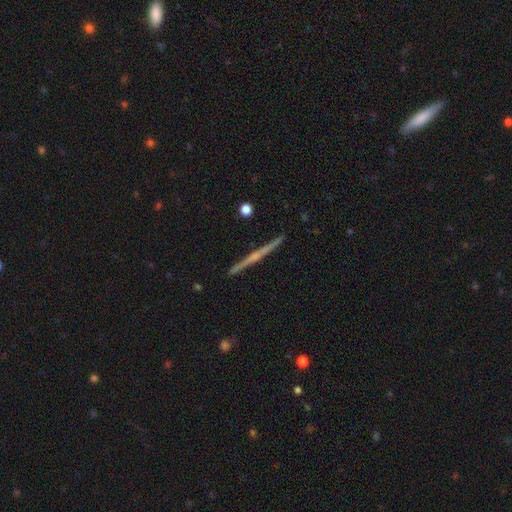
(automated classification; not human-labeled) A featured or disk galaxy (76%) viewed edge-on (98%) with a rounded central bulge (53%).

Vote fractions:
- Smooth or featured? featured or disk: 76% / smooth: 18% / star or artifact: 6%
- Edge-on disk? yes: 98% / no: 2%
- Edge-on bulge? rounded: 53% / none: 39% / boxy: 8%
- Merging? none: 92% / minor disturbance: 5% / merger: 1% / major disturbance: 1%